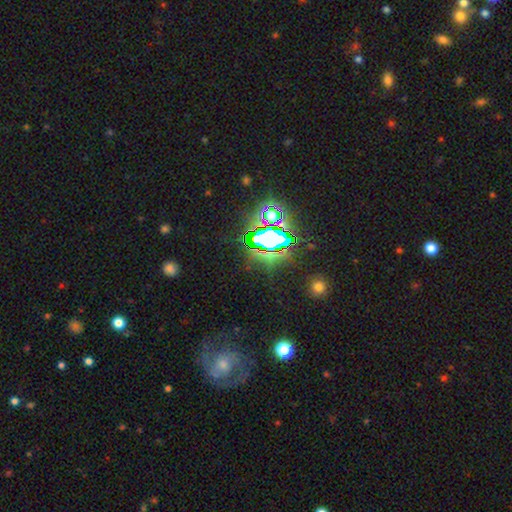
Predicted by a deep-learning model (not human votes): Q: Smooth or featured?
A: star or artifact (70%); runner-up: smooth (16%)